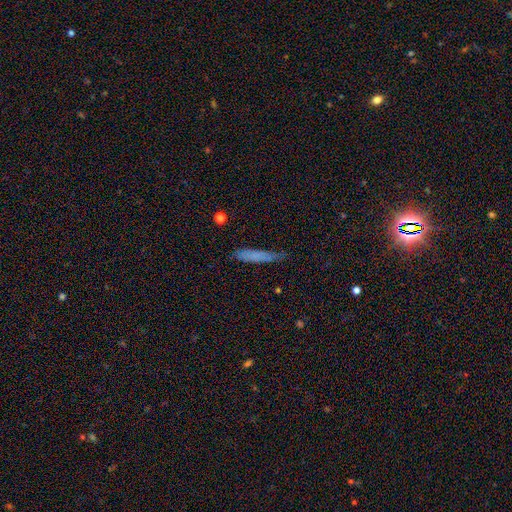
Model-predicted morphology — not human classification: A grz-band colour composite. It shows a smooth galaxy with no disk features (70%) that is cigar-shaped (88%). Merging: none (70%).